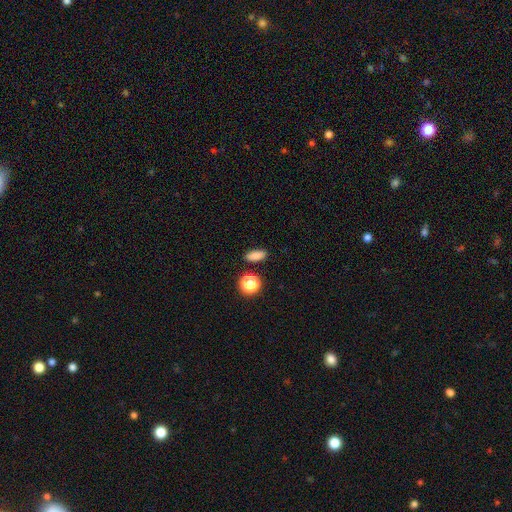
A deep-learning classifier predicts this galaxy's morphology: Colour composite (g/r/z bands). It shows a smooth galaxy with no disk features (81%) that is in between round and cigar-shaped (71%). Merging: none (87%).